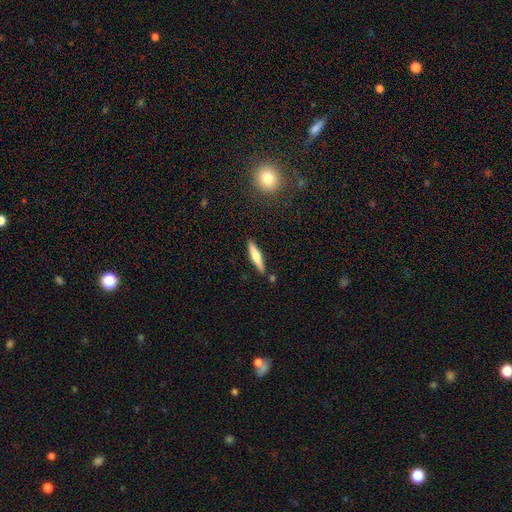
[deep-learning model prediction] smooth 49%, featured or disk 45%, star or artifact 6%. Down the decision tree: merging — none (85%).